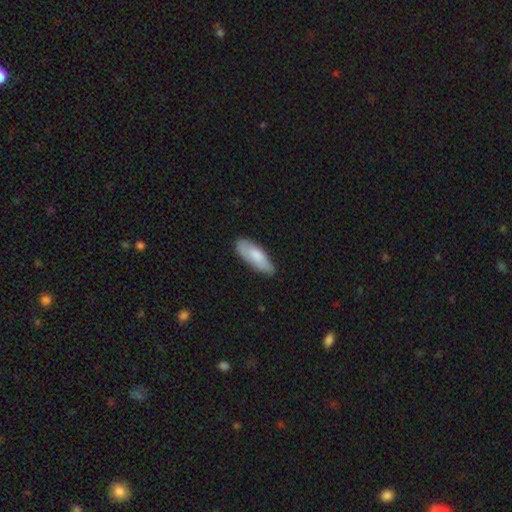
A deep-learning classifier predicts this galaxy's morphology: This is likely a smooth galaxy (77%). How rounded: likely in between (69%). Merging: likely none (75%).